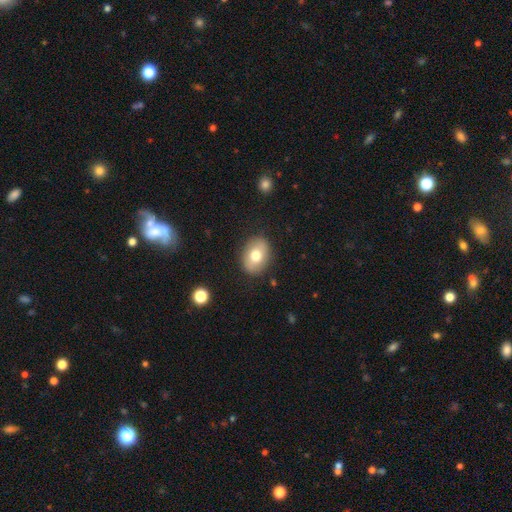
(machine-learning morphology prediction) smooth-or-featured: smooth: 74% | featured or disk: 18% | star or artifact: 8%
  how-rounded: in between: 70% | round: 29% | cigar-shaped: 1%
  merging: none: 86% | minor disturbance: 10% | major disturbance: 3% | merger: 1%